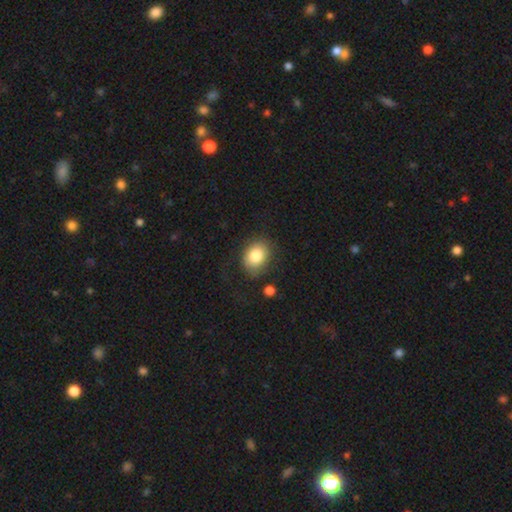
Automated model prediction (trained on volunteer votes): Smooth or featured? Predicted: smooth (p=0.83). How rounded? Predicted: in between (p=0.55). Merging? Predicted: none (p=0.72).